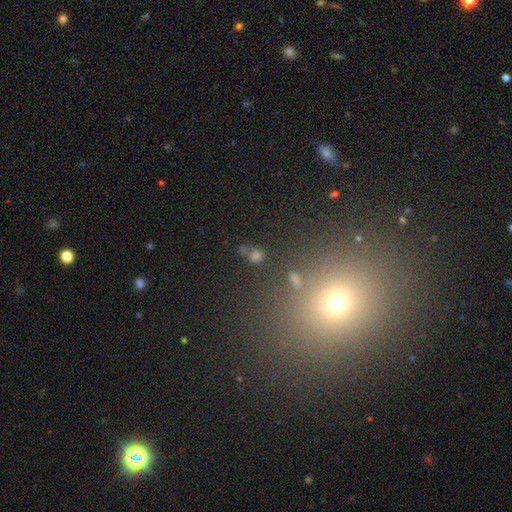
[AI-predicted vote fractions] Smooth or featured? Predicted: smooth (p=0.62). How rounded? Predicted: round (p=0.80). Merging? Predicted: none (p=0.74).